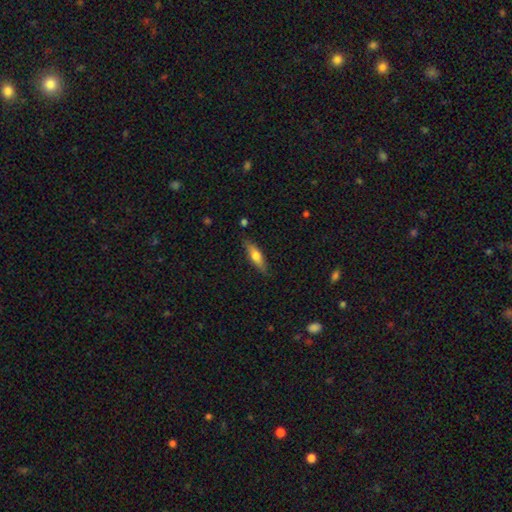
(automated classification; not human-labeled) Overall: smooth (58%; featured or disk 36%). How rounded: cigar-shaped (60%; in between 38%). Merging: none (82%).